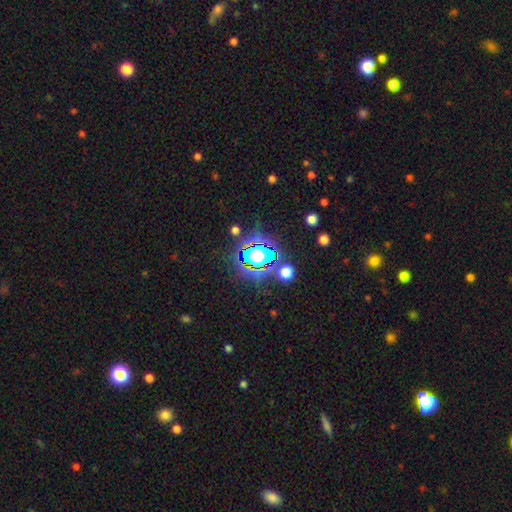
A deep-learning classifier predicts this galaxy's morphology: Smooth or featured: star or artifact — 60% (smooth — 26%)